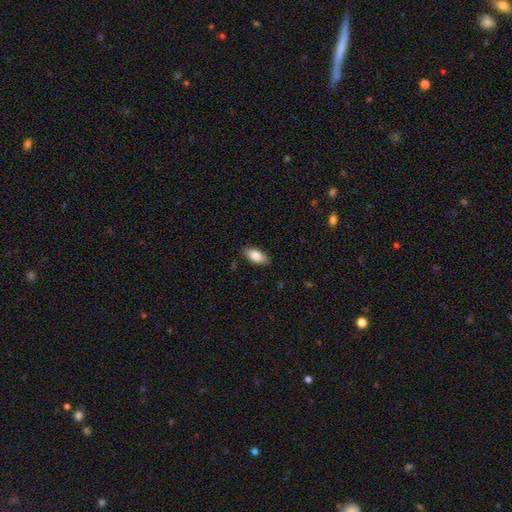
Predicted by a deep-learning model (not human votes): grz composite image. It shows a smooth galaxy with no disk features (82%) that is in between round and cigar-shaped (89%). Merging: none (86%).